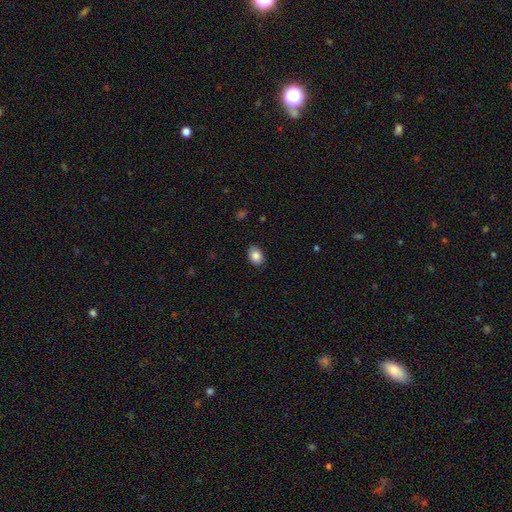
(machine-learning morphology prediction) This is clearly a smooth galaxy (85%). How rounded: likely in between (76%). Merging: clearly none (85%).